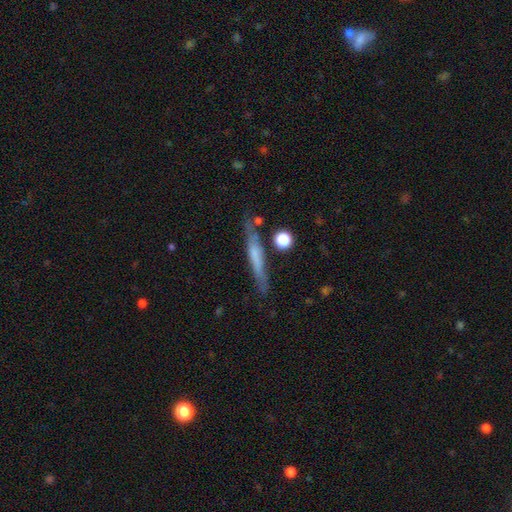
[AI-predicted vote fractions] A smooth galaxy with no disk features (49%).

Vote fractions:
- Smooth or featured? smooth: 49% / featured or disk: 44% / star or artifact: 8%
- Merging? none: 75% / minor disturbance: 16% / merger: 5% / major disturbance: 4%